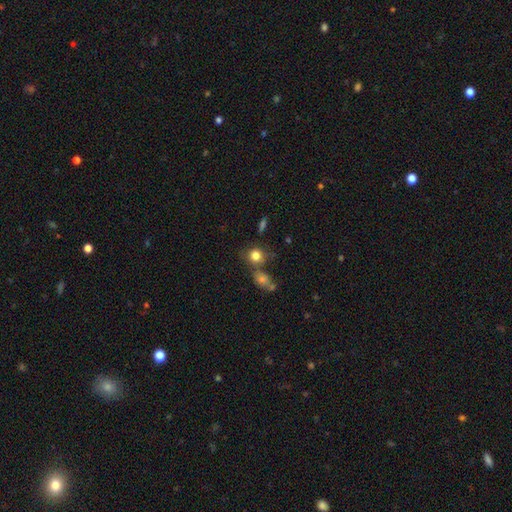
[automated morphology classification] A smooth galaxy with no disk features (80%) that is round (76%).

Vote fractions:
- Smooth or featured? smooth: 80% / star or artifact: 11% / featured or disk: 9%
- How rounded? round: 76% / in between: 22% / cigar-shaped: 1%
- Merging? none: 58% / merger: 23% / minor disturbance: 13% / major disturbance: 6%